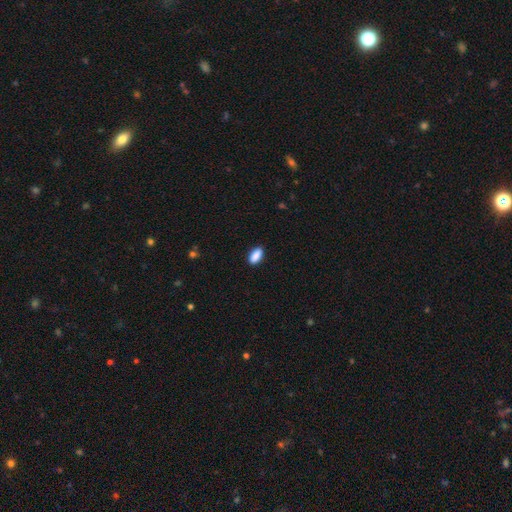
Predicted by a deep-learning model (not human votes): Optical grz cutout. It shows a smooth galaxy with no disk features (90%) that is in between round and cigar-shaped (88%). Merging: none (88%).